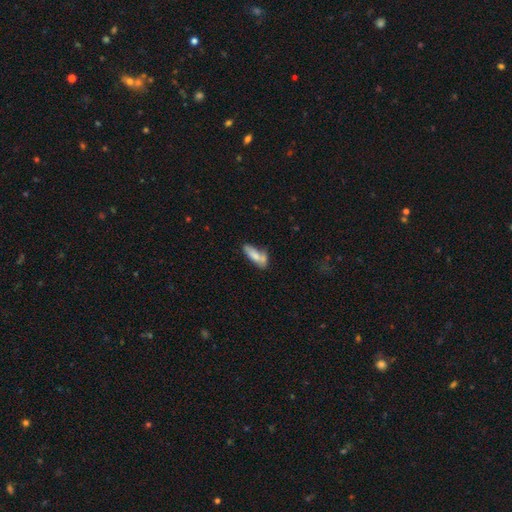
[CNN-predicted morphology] Smooth or featured: smooth — 72% (featured or disk — 21%)
How rounded: in between — 59% (cigar-shaped — 39%)
Merging: none — 42% (merger — 30%)